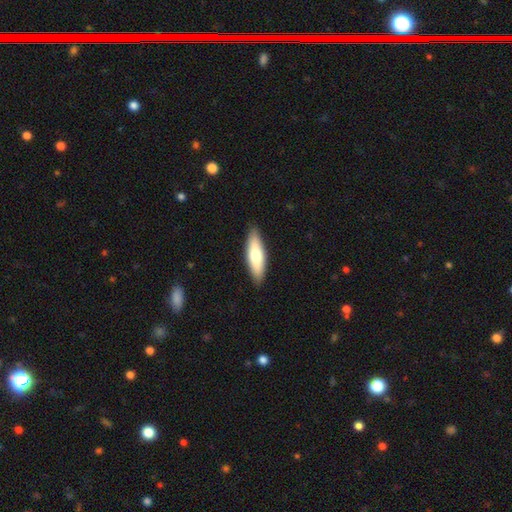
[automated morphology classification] Smooth or featured?
  - smooth: 72% *
  - featured or disk: 23%
  - star or artifact: 5%
How rounded?
  - cigar-shaped: 53% *
  - in between: 45%
  - round: 2%
Merging?
  - none: 88% *
  - minor disturbance: 9%
  - major disturbance: 2%
  - merger: 1%